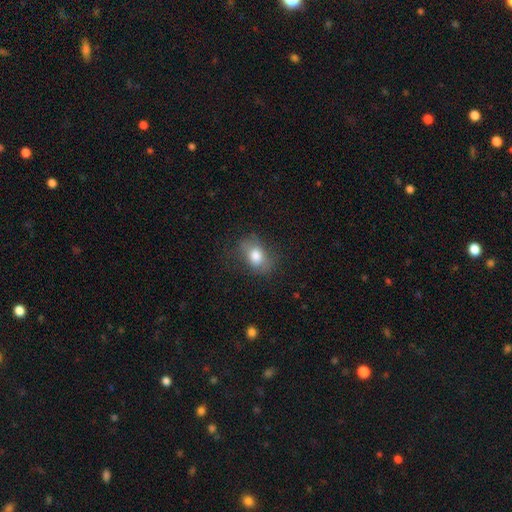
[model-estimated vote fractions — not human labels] Overall: smooth (76%). How rounded: in between (76%). Merging: none (63%; minor disturbance 23%).